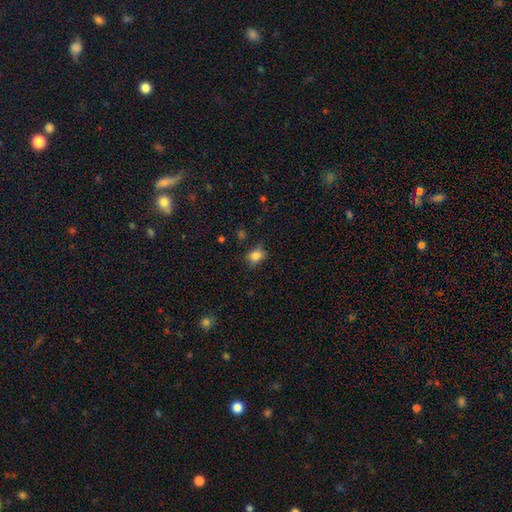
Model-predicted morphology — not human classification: A smooth galaxy with no disk features (81%) that is in between round and cigar-shaped (57%). Merging: none (72%).